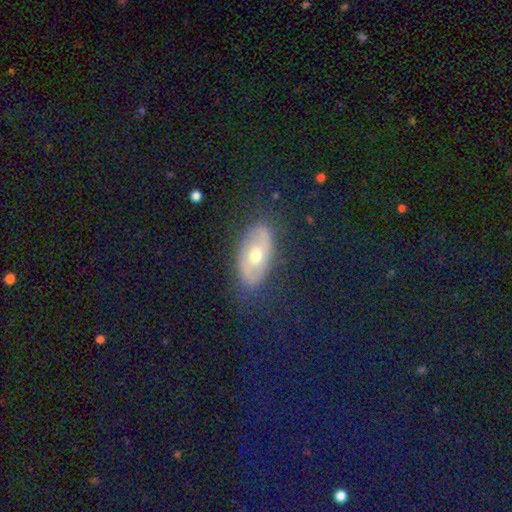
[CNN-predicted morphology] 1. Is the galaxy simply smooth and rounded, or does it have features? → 41% featured or disk, 37% smooth, 22% star or artifact.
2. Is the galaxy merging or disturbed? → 87% none, 8% minor disturbance, 3% major disturbance, 1% merger.